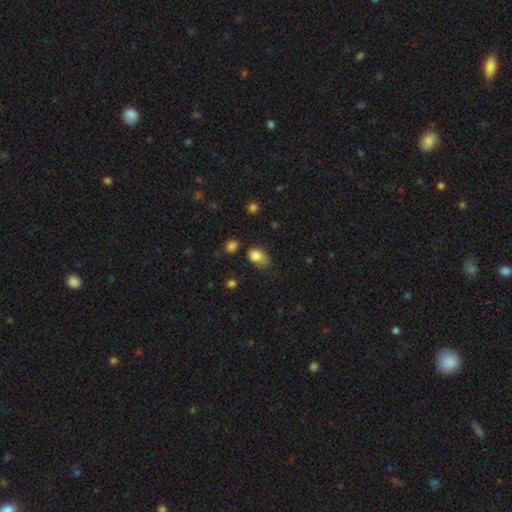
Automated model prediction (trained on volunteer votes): Smooth or featured? smooth (83%)
How rounded? in between (63%)
Merging? minor disturbance (41%)